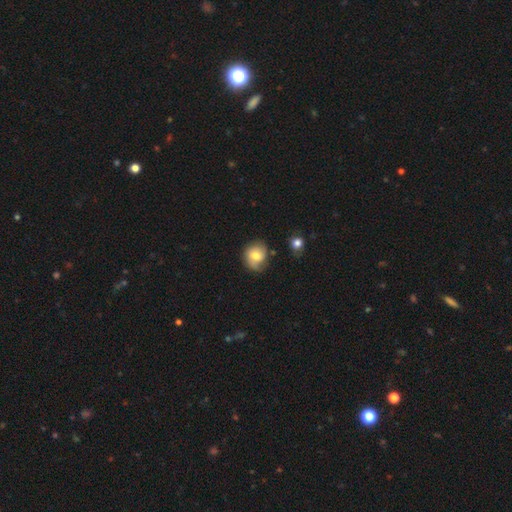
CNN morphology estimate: A smooth galaxy with no disk features (62%) that is round (73%).

Vote fractions:
- Smooth or featured? smooth: 62% / featured or disk: 29% / star or artifact: 9%
- How rounded? round: 73% / in between: 26% / cigar-shaped: 1%
- Merging? none: 63% / minor disturbance: 26% / major disturbance: 7% / merger: 4%